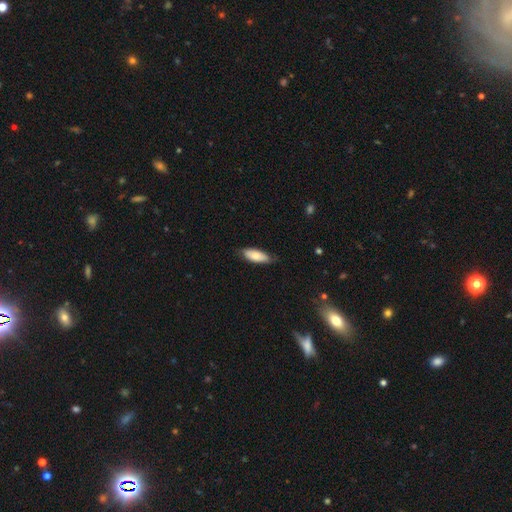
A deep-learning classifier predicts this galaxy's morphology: type=smooth (78%); roundness=in between (75%); merging=none (76%).